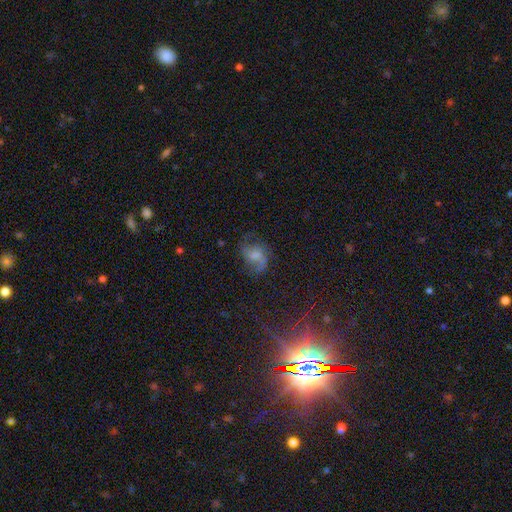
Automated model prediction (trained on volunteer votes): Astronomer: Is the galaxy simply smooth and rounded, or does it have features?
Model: featured or disk — 54% (runner-up: smooth, 34%).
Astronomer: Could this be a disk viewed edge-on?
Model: no — 97%.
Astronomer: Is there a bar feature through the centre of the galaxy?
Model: no — 53% (runner-up: weak, 38%).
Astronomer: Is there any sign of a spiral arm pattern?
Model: yes — 83%.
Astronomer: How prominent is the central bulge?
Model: moderate — 38% (runner-up: small, 34%).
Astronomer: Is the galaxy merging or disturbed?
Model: none — 50%.